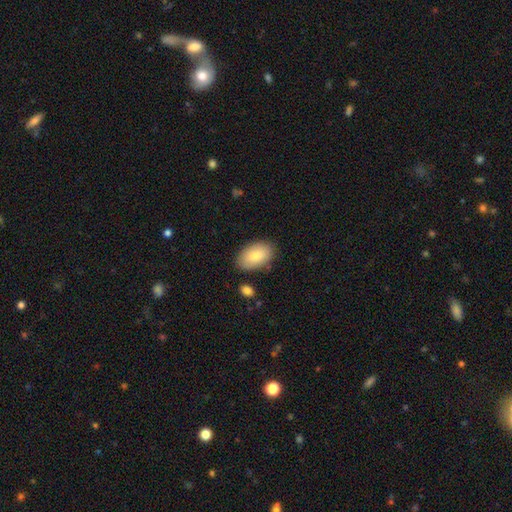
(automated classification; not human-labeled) Morphology: type=smooth (82%); roundness=in between (93%); merging=none (81%).